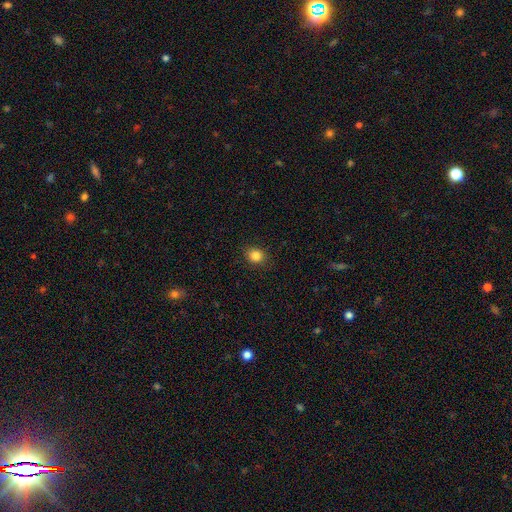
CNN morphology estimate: A smooth galaxy with no disk features (84%) that is round (77%).

Vote fractions:
- Smooth or featured? smooth: 84% / star or artifact: 11% / featured or disk: 4%
- How rounded? round: 77% / in between: 22% / cigar-shaped: 1%
- Merging? none: 88% / minor disturbance: 8% / major disturbance: 2% / merger: 1%